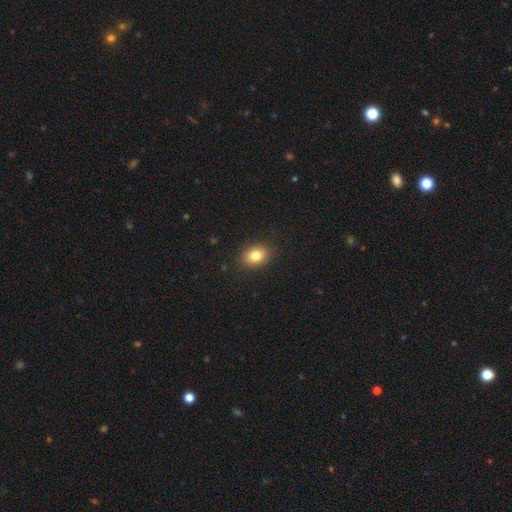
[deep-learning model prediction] smooth 81%, star or artifact 10%, featured or disk 8%. Down the decision tree: how rounded — in between (65%); merging — none (89%).